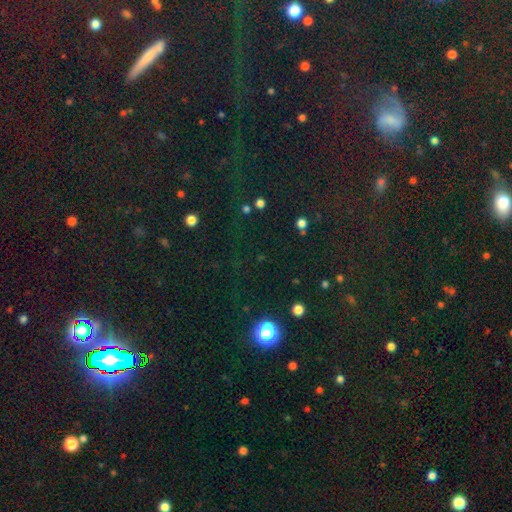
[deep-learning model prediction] star or artifact 73%, smooth 18%, featured or disk 9%.